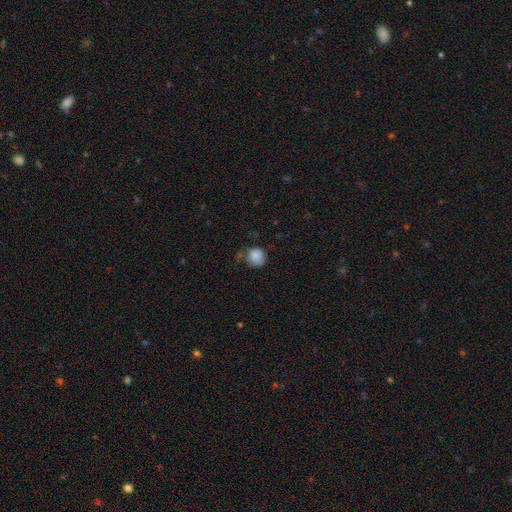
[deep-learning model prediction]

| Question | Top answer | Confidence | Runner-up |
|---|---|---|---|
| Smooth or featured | smooth | 84% | star or artifact (8%) |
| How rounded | round | 84% | in between (15%) |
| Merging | none | 54% | minor disturbance (30%) |